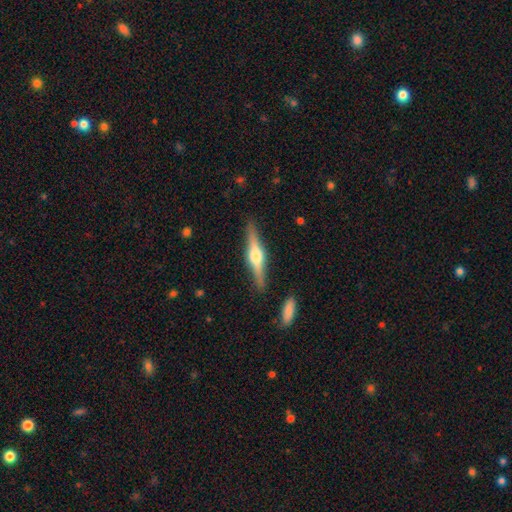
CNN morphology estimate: A featured or disk galaxy (73%) viewed edge-on (98%) with a rounded central bulge (92%).

Vote fractions:
- Smooth or featured? featured or disk: 73% / smooth: 21% / star or artifact: 5%
- Edge-on disk? yes: 98% / no: 2%
- Edge-on bulge? rounded: 92% / boxy: 6% / none: 2%
- Merging? none: 88% / minor disturbance: 8% / merger: 2% / major disturbance: 2%